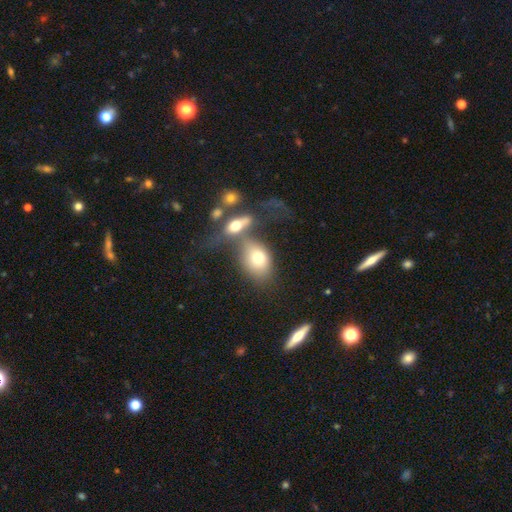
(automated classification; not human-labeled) A smooth galaxy with no disk features (57%) that is in between round and cigar-shaped (59%).

Vote fractions:
- Smooth or featured? smooth: 57% / featured or disk: 23% / star or artifact: 21%
- How rounded? in between: 59% / round: 38% / cigar-shaped: 3%
- Merging? none: 47% / merger: 29% / minor disturbance: 13% / major disturbance: 11%